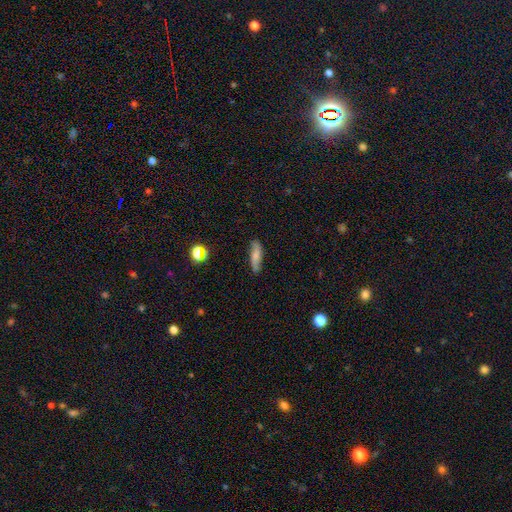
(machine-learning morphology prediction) A smooth galaxy with no disk features (59%) that is cigar-shaped (58%).

Vote fractions:
- Smooth or featured? smooth: 59% / featured or disk: 32% / star or artifact: 9%
- How rounded? cigar-shaped: 58% / in between: 39% / round: 3%
- Merging? none: 77% / minor disturbance: 17% / major disturbance: 4% / merger: 2%